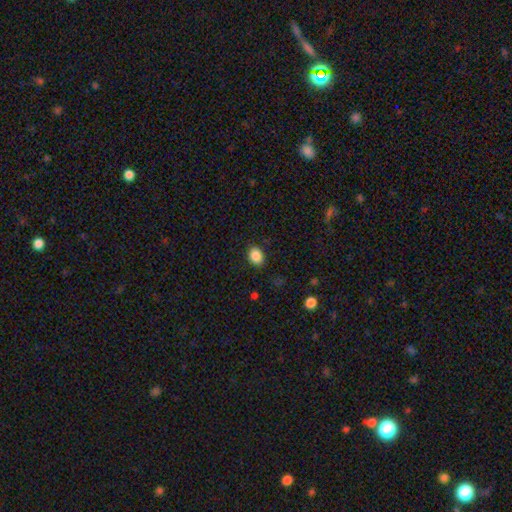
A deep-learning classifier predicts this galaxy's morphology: Overall: smooth (88%). How rounded: in between (67%; round 32%). Merging: none (88%).